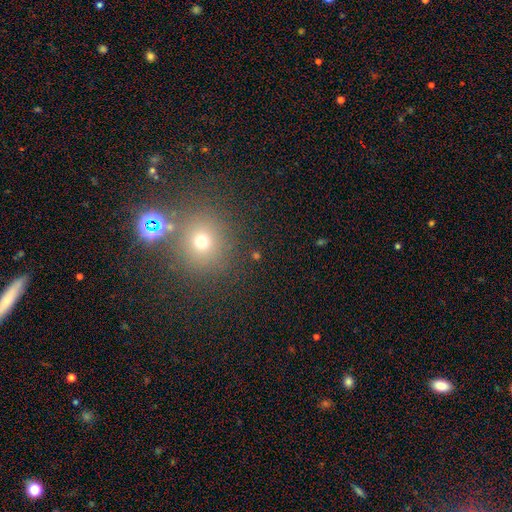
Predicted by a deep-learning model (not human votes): This is possibly a smooth galaxy (53%). How rounded: clearly round (89%). Merging: clearly none (83%).